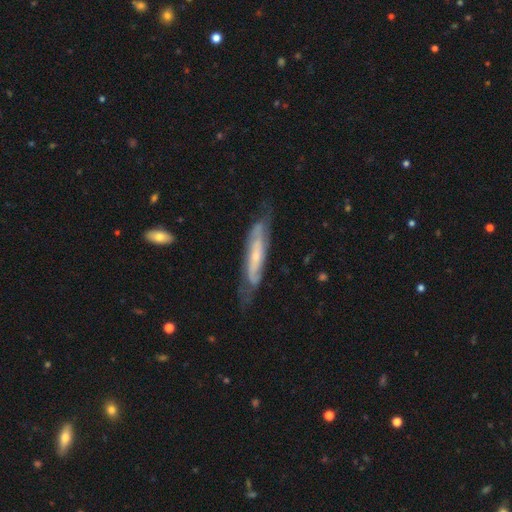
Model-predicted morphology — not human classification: Overall: featured or disk (75%). Edge-on disk: no (63%; yes 37%). Merging: none (63%; minor disturbance 24%).